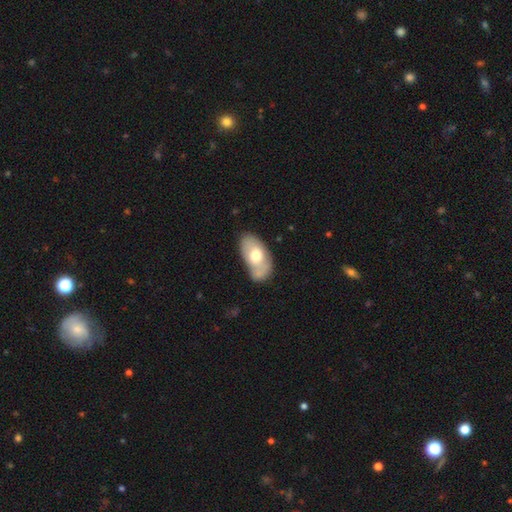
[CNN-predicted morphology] Q: Smooth or featured?
A: smooth (63%); runner-up: featured or disk (31%)
Q: How rounded?
A: in between (94%); runner-up: round (4%)
Q: Merging?
A: none (57%); runner-up: minor disturbance (25%)